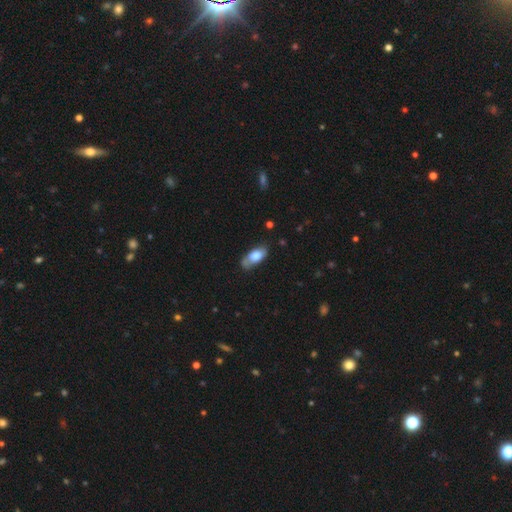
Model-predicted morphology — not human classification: This appears to be a smooth galaxy with no disk features (70%) that is in between round and cigar-shaped (85%). Merging: none (63%).